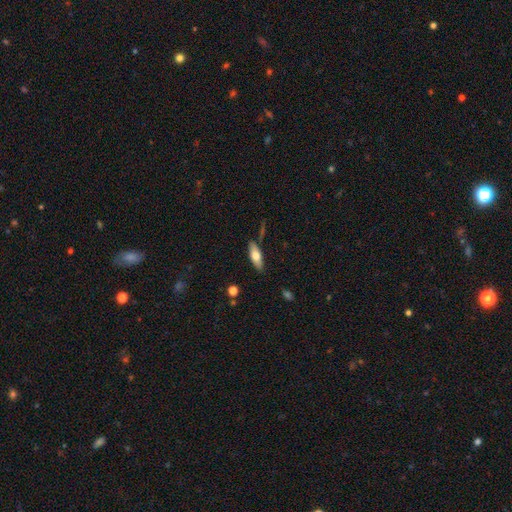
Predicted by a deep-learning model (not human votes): Smooth or featured?
  - smooth: 64% *
  - featured or disk: 30%
  - star or artifact: 6%
How rounded?
  - in between: 63% *
  - cigar-shaped: 35%
  - round: 2%
Merging?
  - none: 80% *
  - minor disturbance: 13%
  - merger: 4%
  - major disturbance: 3%